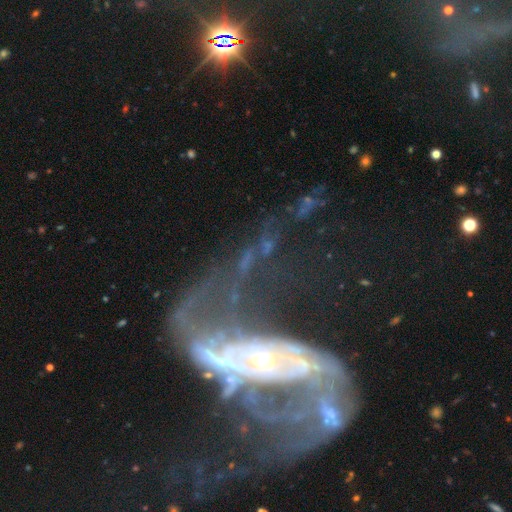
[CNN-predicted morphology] featured or disk 87%, star or artifact 8%, smooth 5%. Down the decision tree: edge-on disk — no (94%); bar — no (38%); spiral arms — yes (90%); spiral arm count — 2 (85%); spiral winding — loose (66%); bulge size — small (66%); merging — major disturbance (38%).